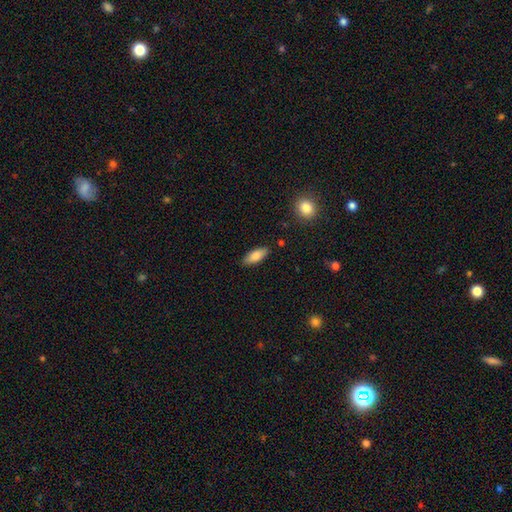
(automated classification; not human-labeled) Overall: smooth (81%). How rounded: in between (78%). Merging: none (86%).